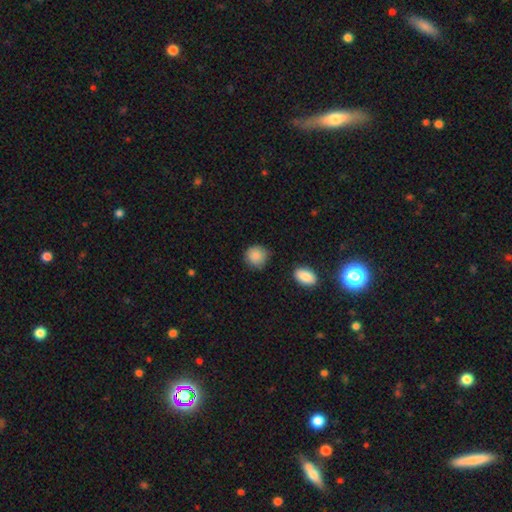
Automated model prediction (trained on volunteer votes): Overall: smooth (89%). How rounded: round (88%). Merging: none (81%).